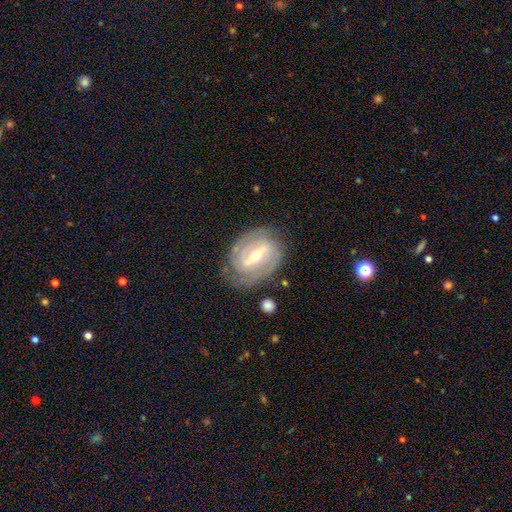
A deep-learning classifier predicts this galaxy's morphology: featured or disk 86%, smooth 9%, star or artifact 5%. Down the decision tree: edge-on disk — no (95%); bar — strong (60%); spiral arms — yes (90%); spiral arm count — 2 (64%); spiral winding — tight (60%); bulge size — moderate (63%); merging — none (77%).